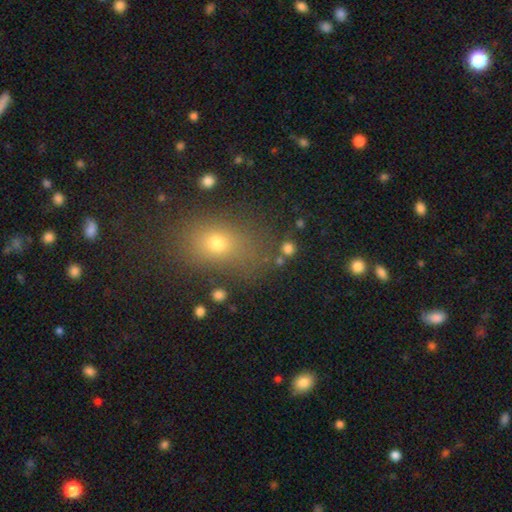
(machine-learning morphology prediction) smooth-or-featured: smooth: 65% | star or artifact: 23% | featured or disk: 11%
  how-rounded: in between: 62% | round: 36% | cigar-shaped: 2%
  merging: none: 77% | minor disturbance: 13% | major disturbance: 6% | merger: 3%